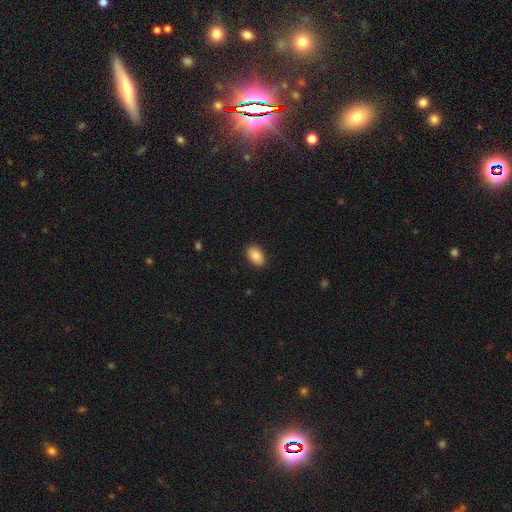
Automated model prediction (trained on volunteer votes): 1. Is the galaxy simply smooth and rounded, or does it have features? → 87% smooth, 7% star or artifact, 6% featured or disk.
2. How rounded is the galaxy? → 91% in between, 8% round, 1% cigar-shaped.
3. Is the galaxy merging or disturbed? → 89% none, 8% minor disturbance, 2% major disturbance, 1% merger.